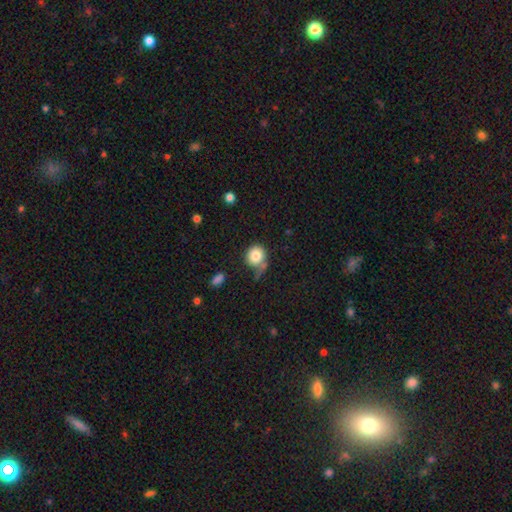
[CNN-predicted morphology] This appears to be a smooth galaxy with no disk features (81%) that is round (82%). Merging: none (50%).